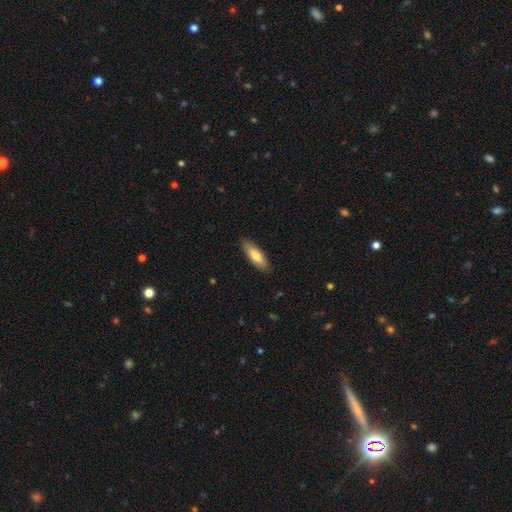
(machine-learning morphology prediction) This appears to be a smooth galaxy with no disk features (73%) that is in between round and cigar-shaped (53%). Merging: none (88%).